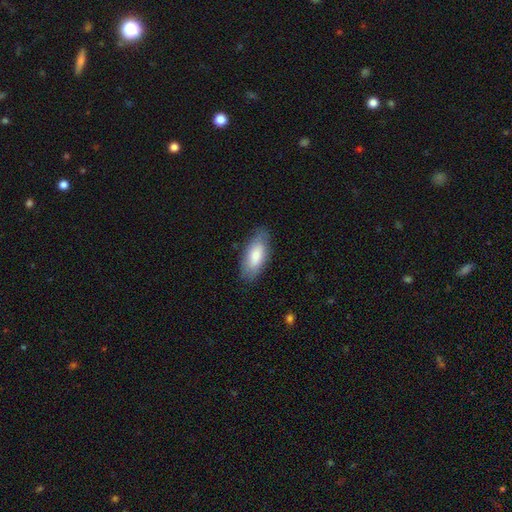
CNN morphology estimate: Overall: smooth (79%). How rounded: in between (84%). Merging: none (81%).